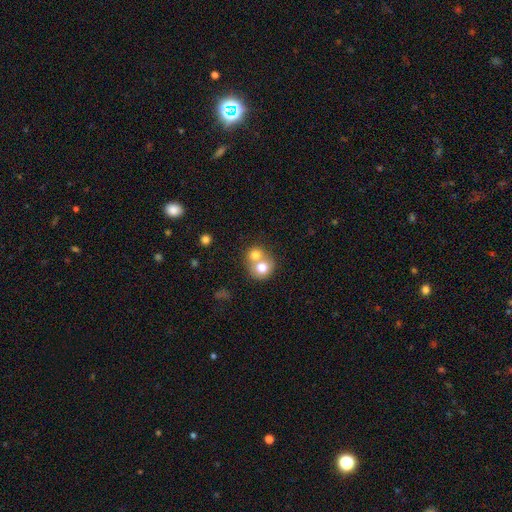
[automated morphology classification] Overall: smooth (65%). How rounded: round (80%). Merging: merger (55%; none 36%).